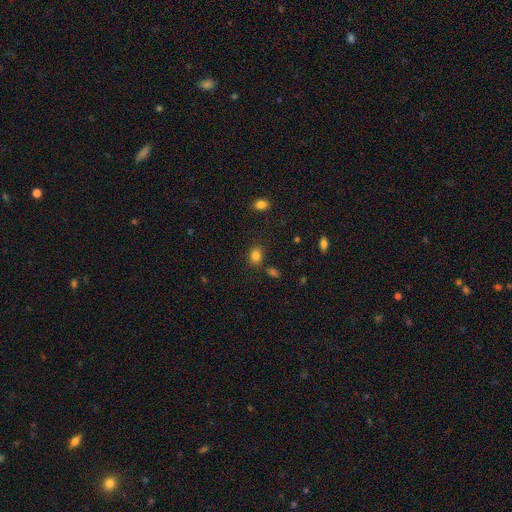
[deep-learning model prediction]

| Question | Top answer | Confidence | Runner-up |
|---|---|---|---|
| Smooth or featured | smooth | 83% | star or artifact (11%) |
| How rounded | in between | 62% | round (37%) |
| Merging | none | 79% | minor disturbance (12%) |